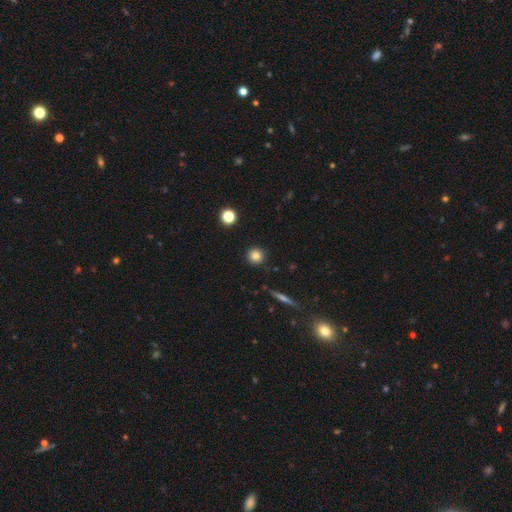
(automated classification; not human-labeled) smooth_or_featured: smooth (p=0.81) [alt: star or artifact p=0.11]
how_rounded: round (p=0.95) [alt: in between p=0.04]
merging: none (p=0.91) [alt: minor disturbance p=0.05]